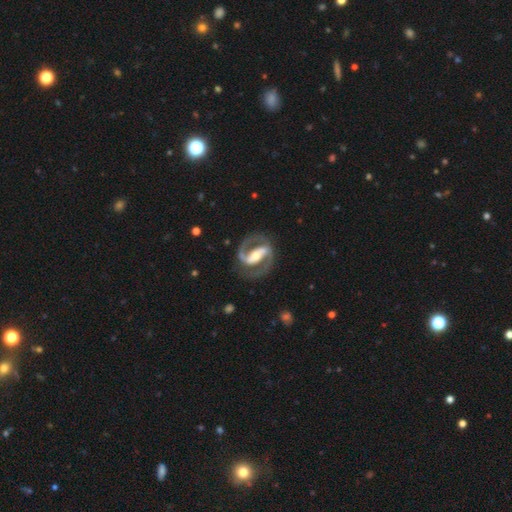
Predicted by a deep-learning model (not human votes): Morphology: type=featured or disk (92%); edge-on=no (97%); bar=strong (69%); spiral arms=yes (97%); winding=medium (59%); arm count=2 (93%); bulge=moderate (60%); merging=none (82%).